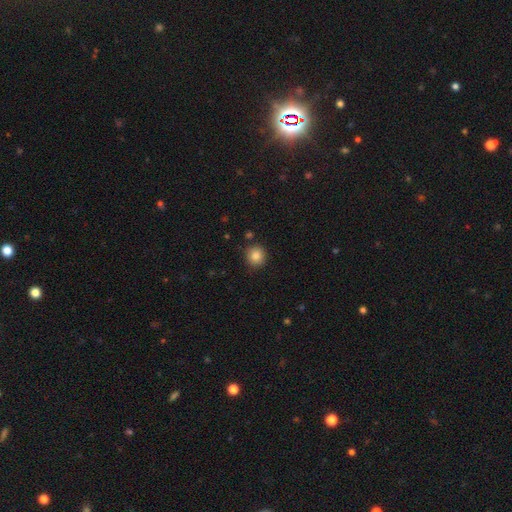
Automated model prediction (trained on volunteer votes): smooth_or_featured: smooth (p=0.85) [alt: star or artifact p=0.10]
how_rounded: round (p=0.91) [alt: in between p=0.08]
merging: none (p=0.87) [alt: minor disturbance p=0.08]